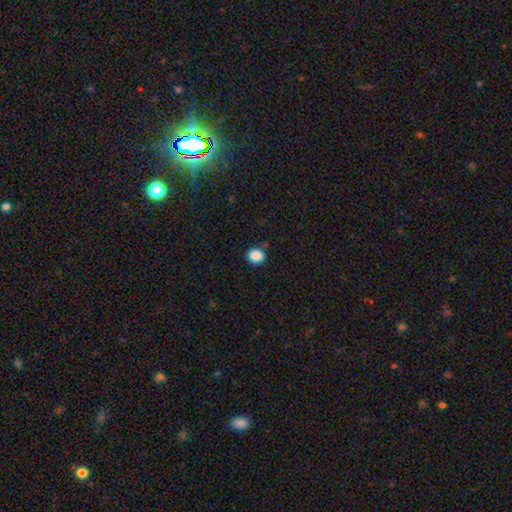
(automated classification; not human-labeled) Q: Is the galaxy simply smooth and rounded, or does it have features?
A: smooth — 88%.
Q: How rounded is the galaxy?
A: round — 77%.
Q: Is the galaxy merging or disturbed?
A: none — 88%.